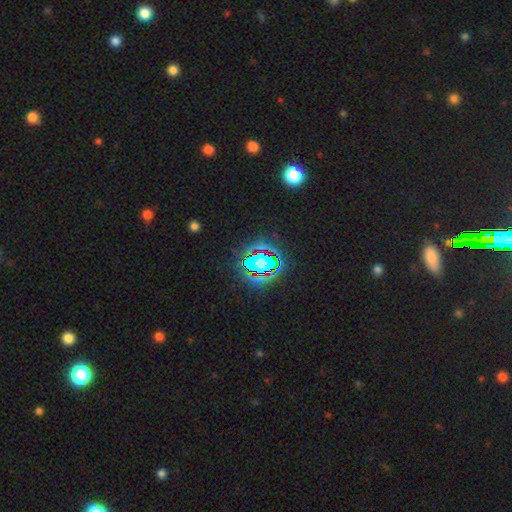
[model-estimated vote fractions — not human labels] Smooth or featured? star or artifact (70%)